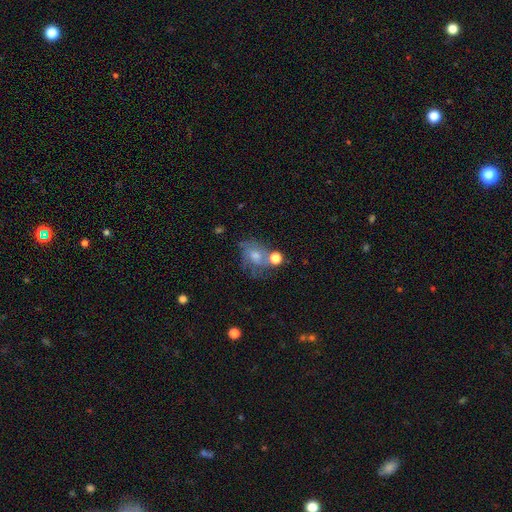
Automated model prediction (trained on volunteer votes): Q: Smooth or featured?
A: smooth (46%); runner-up: featured or disk (42%)
Q: Merging?
A: none (39%); runner-up: minor disturbance (22%)